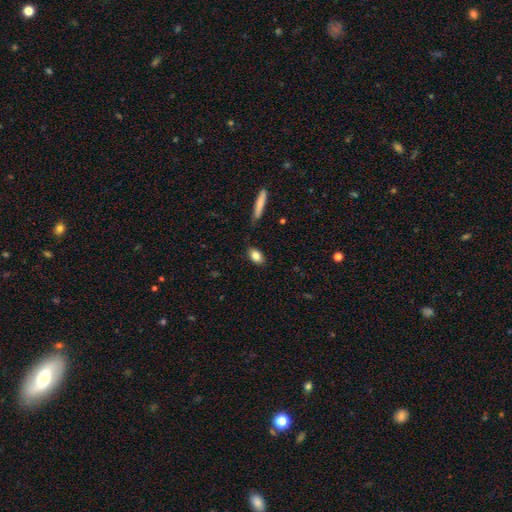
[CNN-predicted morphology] Q: Smooth or featured?
A: smooth (83%); runner-up: featured or disk (9%)
Q: How rounded?
A: in between (86%); runner-up: round (8%)
Q: Merging?
A: none (83%); runner-up: minor disturbance (12%)